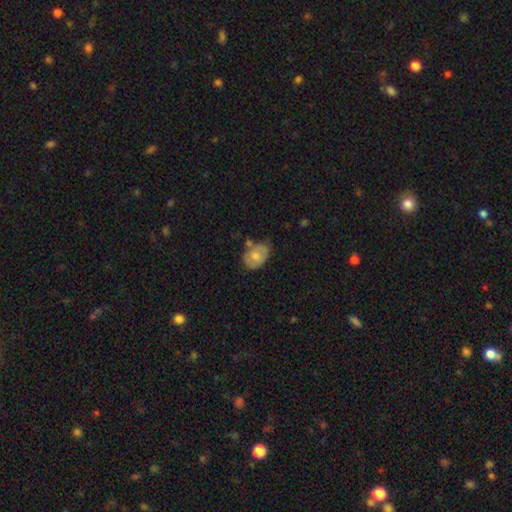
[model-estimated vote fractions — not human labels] smooth_or_featured: smooth (p=0.61) [alt: featured or disk p=0.33]
how_rounded: in between (p=0.74) [alt: round p=0.25]
merging: none (p=0.50) [alt: minor disturbance p=0.29]